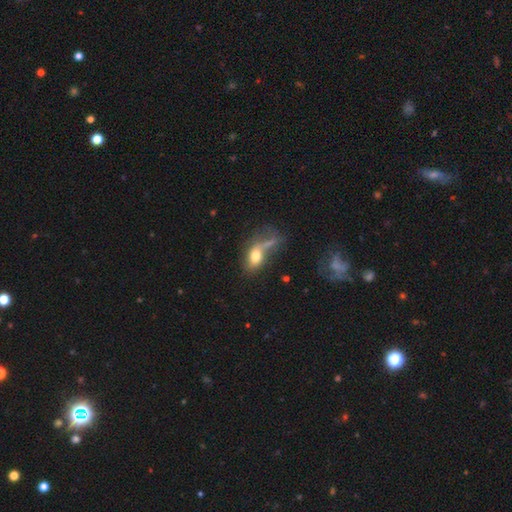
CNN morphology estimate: smooth-or-featured: smooth: 65% | featured or disk: 24% | star or artifact: 10%
  how-rounded: in between: 76% | round: 16% | cigar-shaped: 8%
  merging: major disturbance: 31% | none: 29% | merger: 22% | minor disturbance: 18%